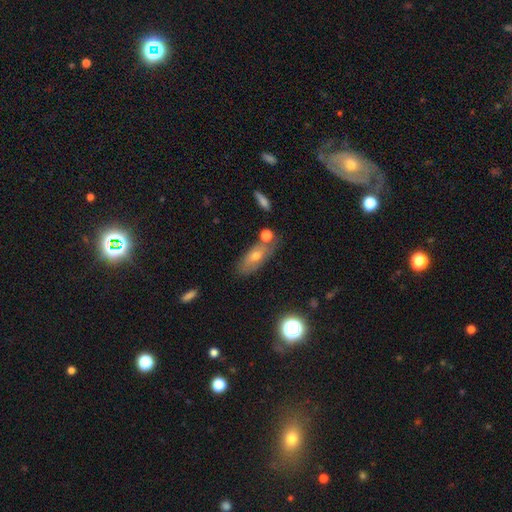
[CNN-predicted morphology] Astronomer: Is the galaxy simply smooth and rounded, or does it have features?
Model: smooth — 57% (runner-up: featured or disk, 32%).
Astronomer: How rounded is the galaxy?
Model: in between — 74%.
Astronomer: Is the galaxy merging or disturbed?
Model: none — 63%.